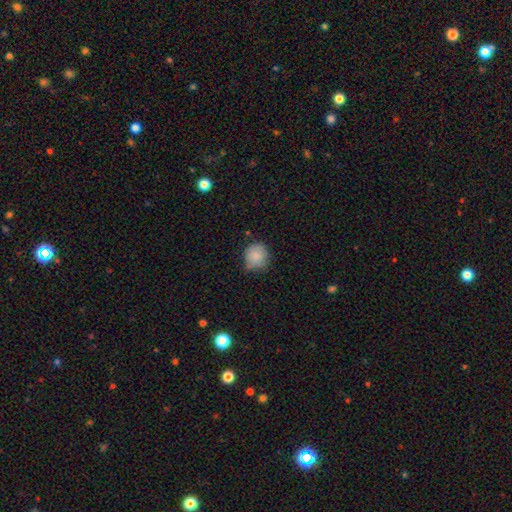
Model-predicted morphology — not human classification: This appears to be a smooth galaxy with no disk features (85%) that is round (84%). Merging: none (67%).